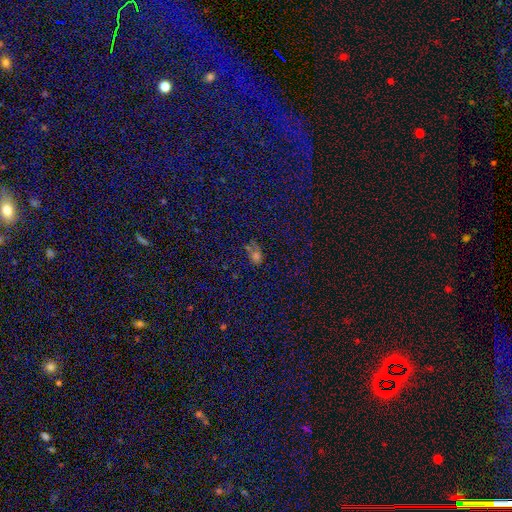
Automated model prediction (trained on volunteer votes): Smooth or featured?
  - smooth: 55% *
  - star or artifact: 33%
  - featured or disk: 12%
How rounded?
  - in between: 50% *
  - round: 48%
  - cigar-shaped: 3%
Merging?
  - none: 50% *
  - minor disturbance: 20%
  - merger: 19%
  - major disturbance: 12%